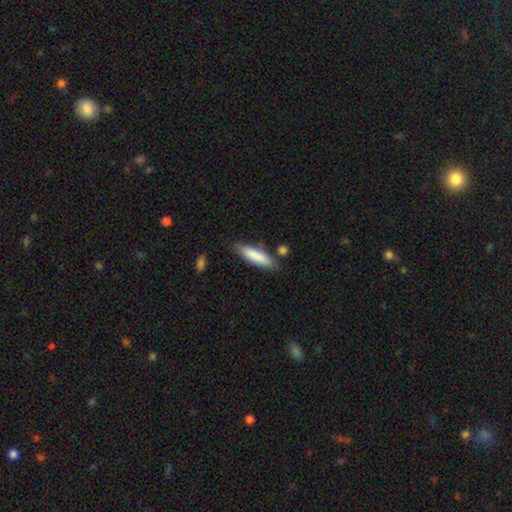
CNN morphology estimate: smooth 82%, featured or disk 12%, star or artifact 6%. Down the decision tree: how rounded — cigar-shaped (69%); merging — none (76%).